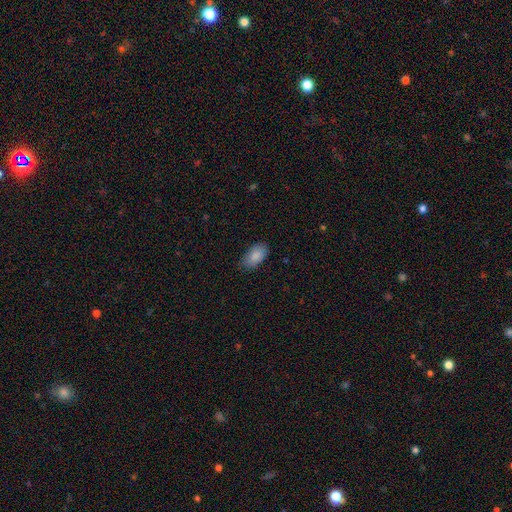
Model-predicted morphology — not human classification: smooth-or-featured: smooth: 87% | star or artifact: 7% | featured or disk: 6%
  how-rounded: in between: 93% | cigar-shaped: 3% | round: 3%
  merging: none: 77% | minor disturbance: 18% | major disturbance: 3% | merger: 1%